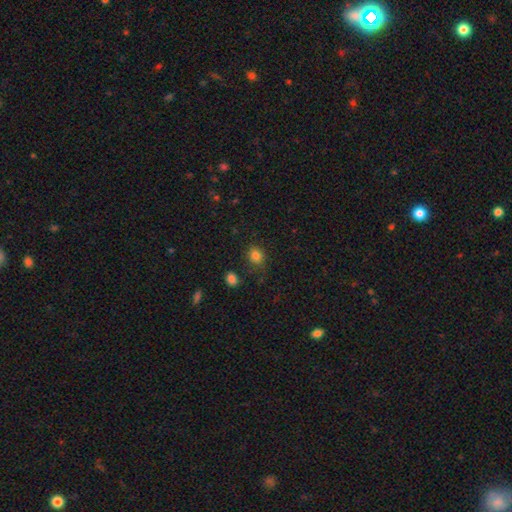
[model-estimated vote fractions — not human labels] Smooth or featured? Predicted: smooth (p=0.83). How rounded? Predicted: round (p=0.69). Merging? Predicted: none (p=0.78).